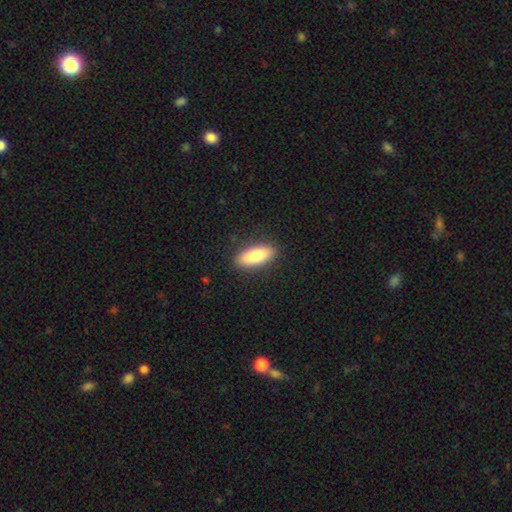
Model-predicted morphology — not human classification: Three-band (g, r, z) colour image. It shows a smooth galaxy with no disk features (84%) that is in between round and cigar-shaped (68%). Merging: none (89%).